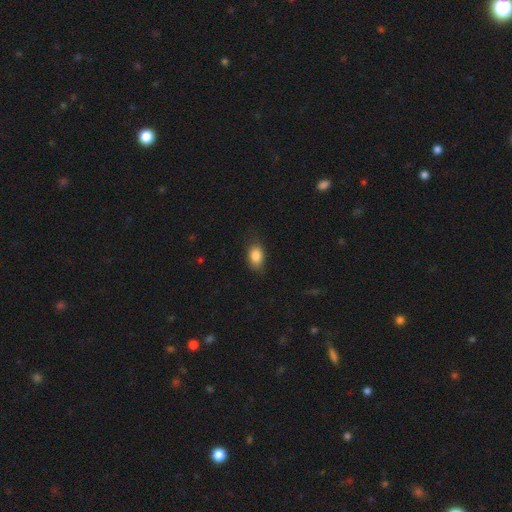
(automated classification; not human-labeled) Smooth or featured? Predicted: smooth (p=0.85). How rounded? Predicted: in between (p=0.85). Merging? Predicted: none (p=0.79).